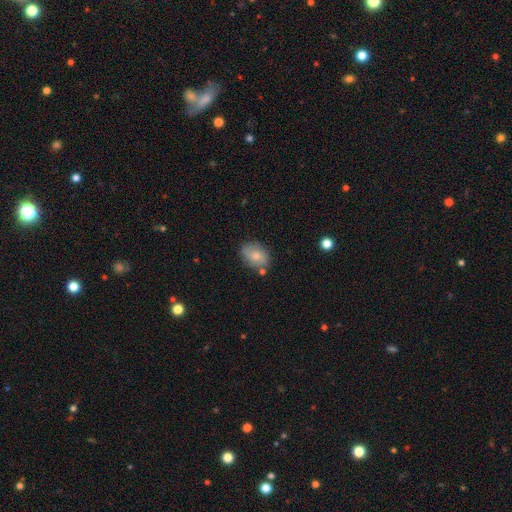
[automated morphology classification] A smooth galaxy with no disk features (74%) that is in between round and cigar-shaped (73%).

Vote fractions:
- Smooth or featured? smooth: 74% / featured or disk: 18% / star or artifact: 8%
- How rounded? in between: 73% / round: 25% / cigar-shaped: 1%
- Merging? none: 72% / minor disturbance: 18% / merger: 6% / major disturbance: 4%